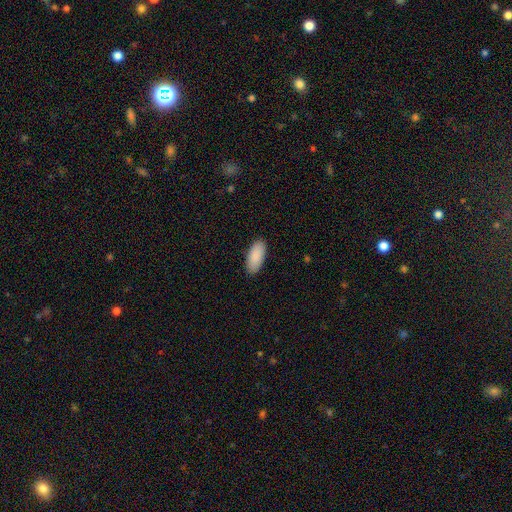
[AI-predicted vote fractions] smooth-or-featured: smooth: 91% | star or artifact: 6% | featured or disk: 4%
  how-rounded: in between: 91% | cigar-shaped: 8% | round: 2%
  merging: none: 89% | minor disturbance: 9% | major disturbance: 2% | merger: 1%